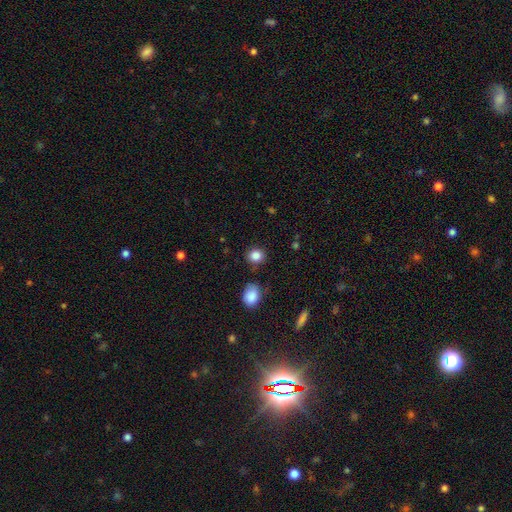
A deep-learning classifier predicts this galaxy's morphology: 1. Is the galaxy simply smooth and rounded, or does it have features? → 86% smooth, 10% star or artifact, 4% featured or disk.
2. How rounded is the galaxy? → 80% round, 19% in between, 1% cigar-shaped.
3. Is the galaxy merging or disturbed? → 82% none, 11% minor disturbance, 3% merger, 3% major disturbance.